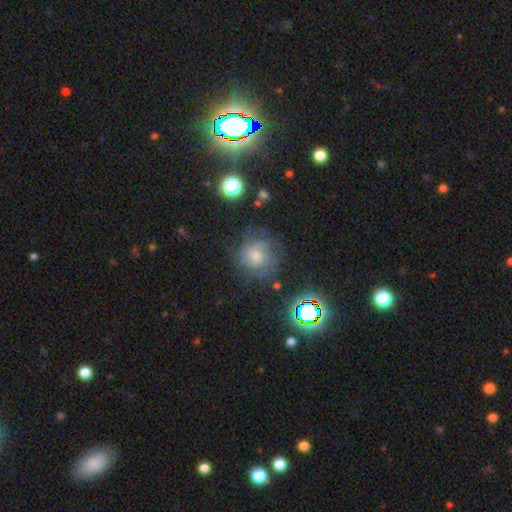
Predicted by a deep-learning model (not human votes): A featured or disk galaxy (49%). Merging: none (67%).